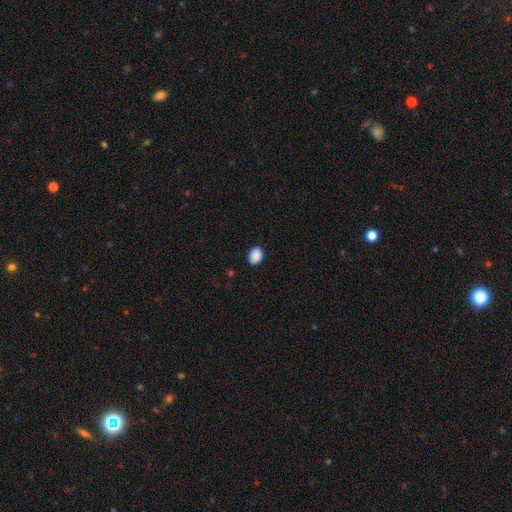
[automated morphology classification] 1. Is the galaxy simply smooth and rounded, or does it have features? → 90% smooth, 8% star or artifact, 3% featured or disk.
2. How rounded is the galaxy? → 70% in between, 29% round, 1% cigar-shaped.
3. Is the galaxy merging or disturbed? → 88% none, 9% minor disturbance, 2% major disturbance, 1% merger.